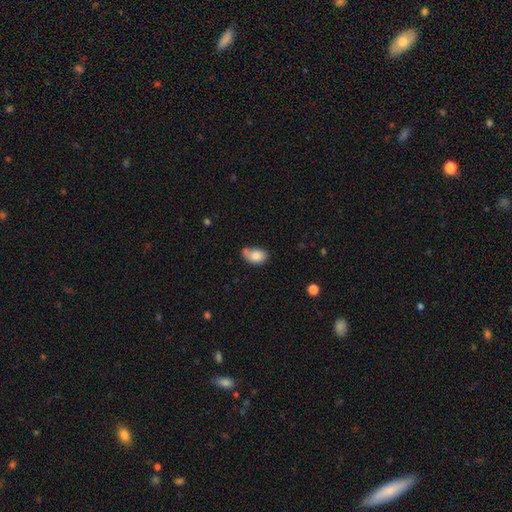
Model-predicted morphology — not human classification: The model was most divided on "merging": none: 45%, minor disturbance: 28%, merger: 18%, major disturbance: 10%. More confident: how rounded — in between (85%); smooth or featured — smooth (81%).